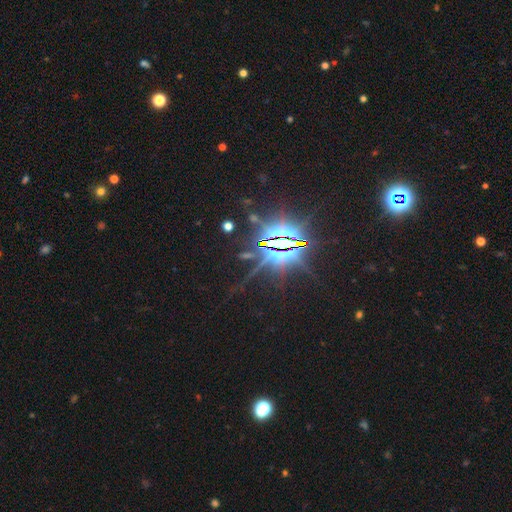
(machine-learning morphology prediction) This appears to be a star or artifact, not a galaxy (85%).